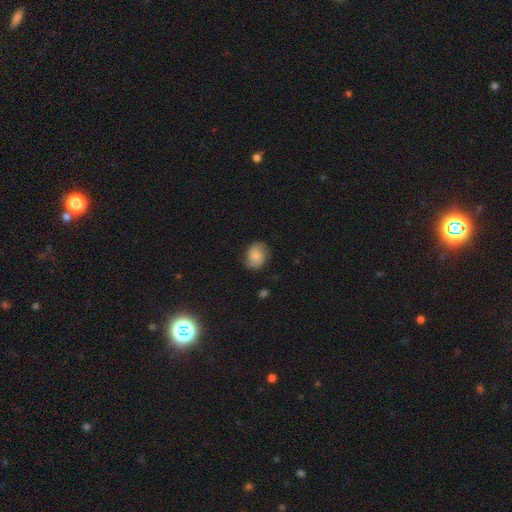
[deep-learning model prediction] smooth_or_featured: smooth (p=0.73) [alt: featured or disk p=0.18]
how_rounded: round (p=0.52) [alt: in between p=0.47]
merging: none (p=0.74) [alt: minor disturbance p=0.20]